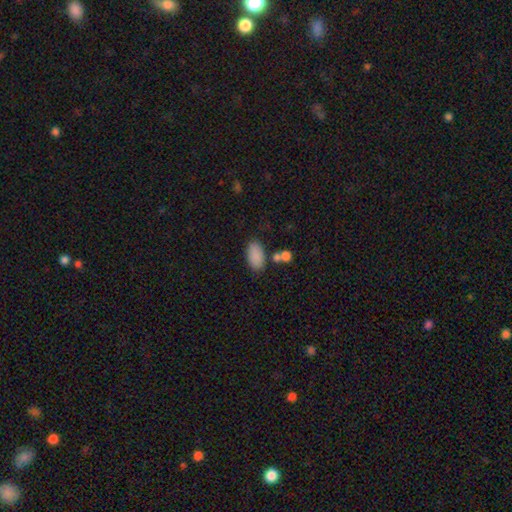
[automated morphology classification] Smooth or featured? smooth (87%)
How rounded? in between (94%)
Merging? none (72%)